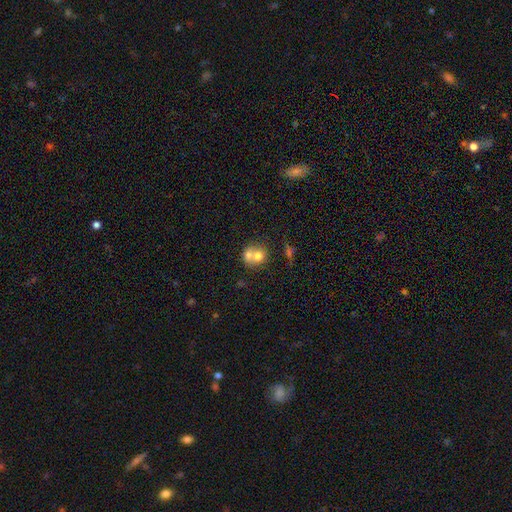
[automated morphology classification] A smooth galaxy with no disk features (67%) that is round (73%). Merging: merger (64%).